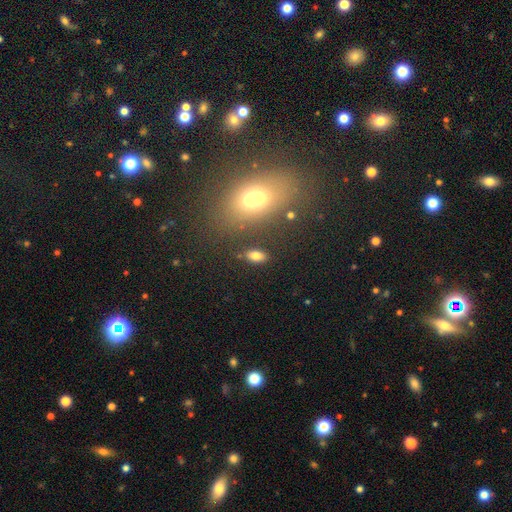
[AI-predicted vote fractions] Q: Smooth or featured?
A: smooth (77%); runner-up: featured or disk (12%)
Q: How rounded?
A: in between (87%); runner-up: cigar-shaped (7%)
Q: Merging?
A: none (81%); runner-up: minor disturbance (10%)